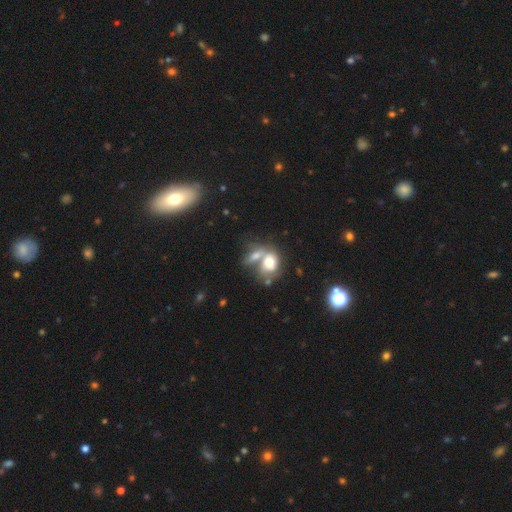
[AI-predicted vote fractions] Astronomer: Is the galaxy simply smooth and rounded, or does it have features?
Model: smooth — 65%.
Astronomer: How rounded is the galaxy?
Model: in between — 62%.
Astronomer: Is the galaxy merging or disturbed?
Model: merger — 60%.